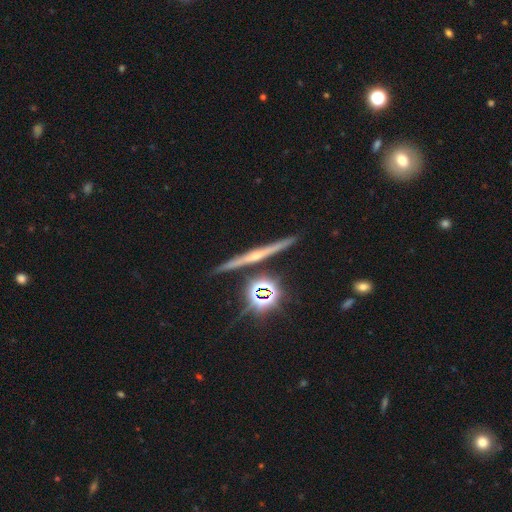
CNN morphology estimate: Smooth or featured? featured or disk (69%)
Edge-on disk? yes (97%)
Edge-on bulge? rounded (67%)
Merging? none (87%)